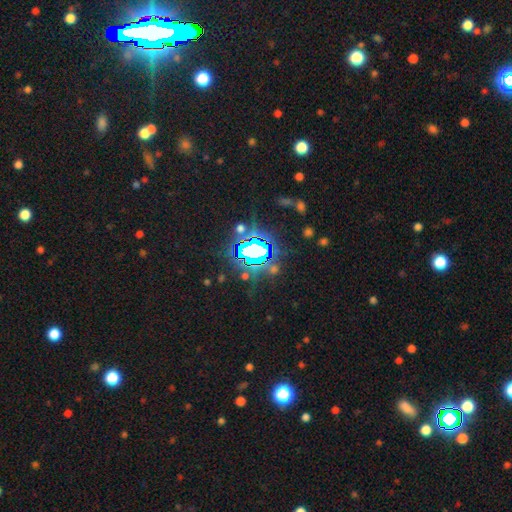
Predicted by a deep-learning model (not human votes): Morphology: type=star or artifact (78%).